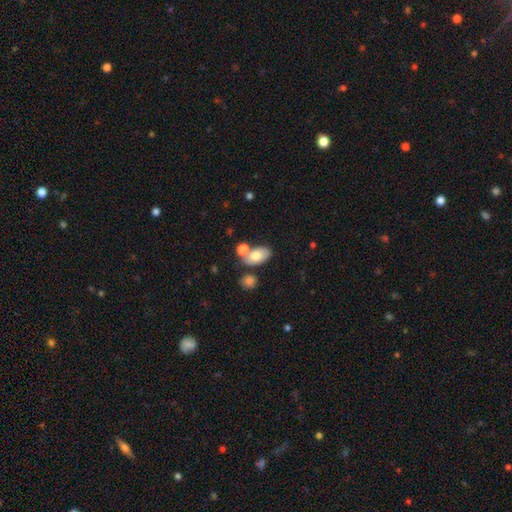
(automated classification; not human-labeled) Smooth or featured: smooth — 73% (featured or disk — 19%)
How rounded: in between — 89% (round — 9%)
Merging: none — 51% (merger — 30%)